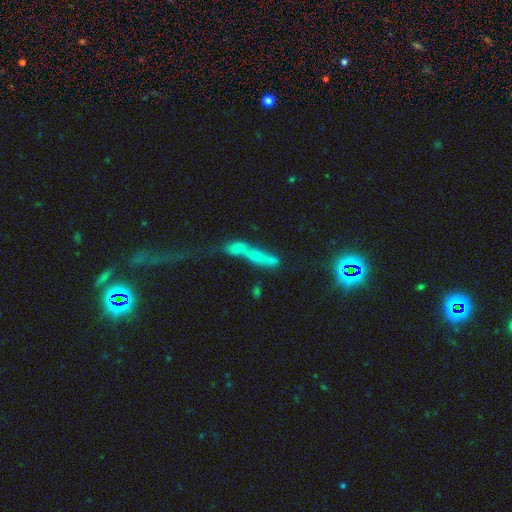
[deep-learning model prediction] Smooth or featured? Predicted: smooth (p=0.38). Merging? Predicted: merger (p=0.58).